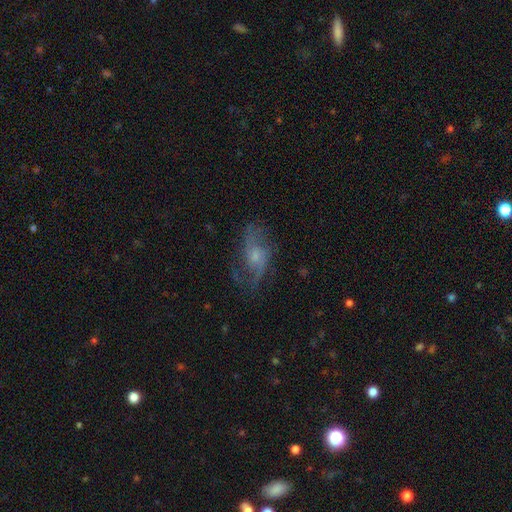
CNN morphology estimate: Smooth or featured? Predicted: featured or disk (p=0.69). Edge-on disk? Predicted: no (p=0.94). Bar? Predicted: no (p=0.67). Spiral arms? Predicted: yes (p=0.87). Spiral winding? Predicted: loose (p=0.53). Spiral arm count? Predicted: 2 (p=0.72). Bulge size? Predicted: small (p=0.46). Merging? Predicted: none (p=0.61).